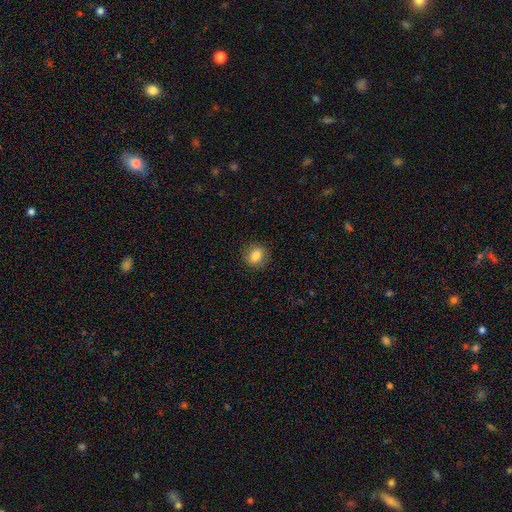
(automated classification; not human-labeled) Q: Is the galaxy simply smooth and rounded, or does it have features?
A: smooth — 83%.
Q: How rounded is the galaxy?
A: round — 67%.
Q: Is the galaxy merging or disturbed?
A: none — 87%.